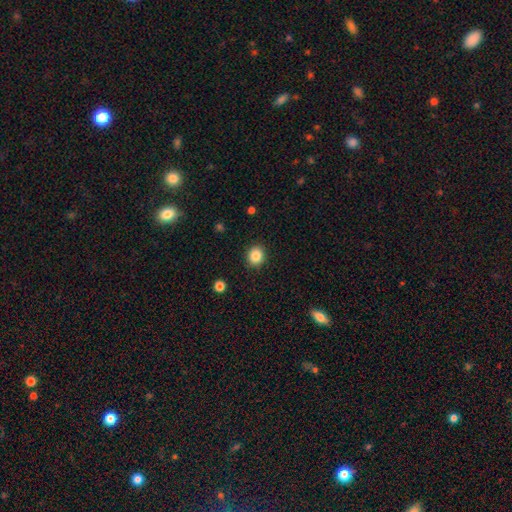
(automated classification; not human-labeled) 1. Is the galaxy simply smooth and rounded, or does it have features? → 85% smooth, 10% star or artifact, 4% featured or disk.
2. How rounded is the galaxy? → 79% round, 20% in between, 1% cigar-shaped.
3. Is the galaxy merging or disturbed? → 90% none, 7% minor disturbance, 2% major disturbance, 1% merger.